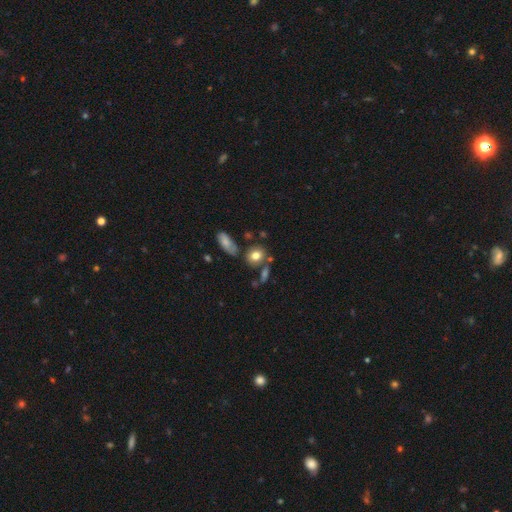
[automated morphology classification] type=smooth (77%); roundness=round (53%); merging=none (65%).